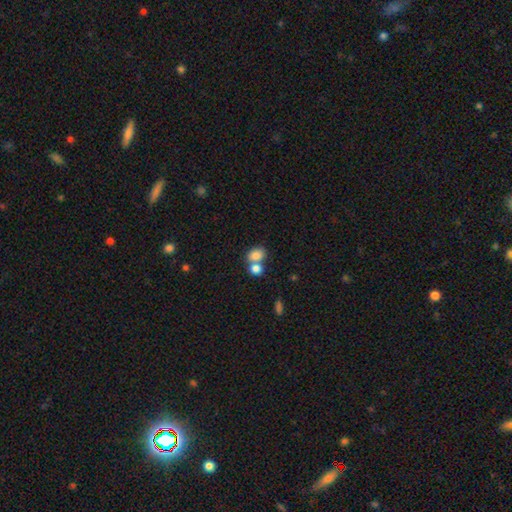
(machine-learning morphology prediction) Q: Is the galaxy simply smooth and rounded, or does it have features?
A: smooth — 81%.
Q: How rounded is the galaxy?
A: in between — 62%.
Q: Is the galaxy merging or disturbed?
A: merger — 52%.